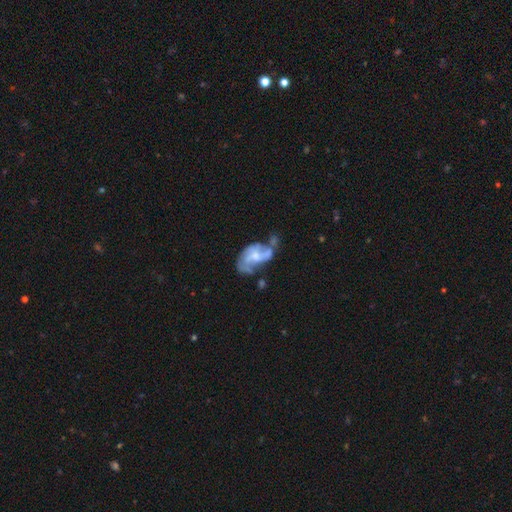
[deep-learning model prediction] featured or disk 70%, smooth 22%, star or artifact 8%. Down the decision tree: edge-on disk — no (97%); bar — no (61%); spiral arms — yes (67%); bulge size — small (44%); merging — major disturbance (31%).